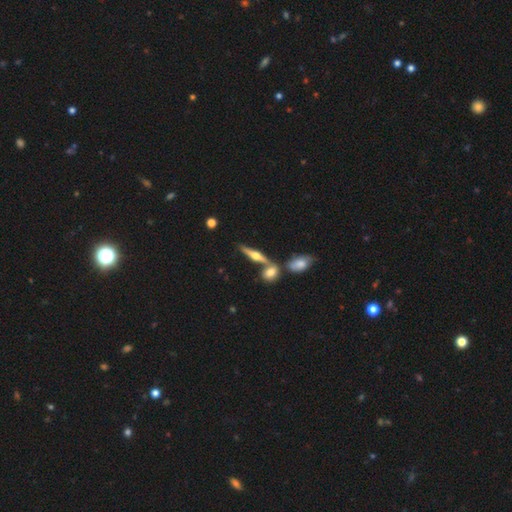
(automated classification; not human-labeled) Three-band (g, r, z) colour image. It shows a featured or disk galaxy (70%) viewed edge-on (95%) with a rounded central bulge (95%). Merging: none (65%).